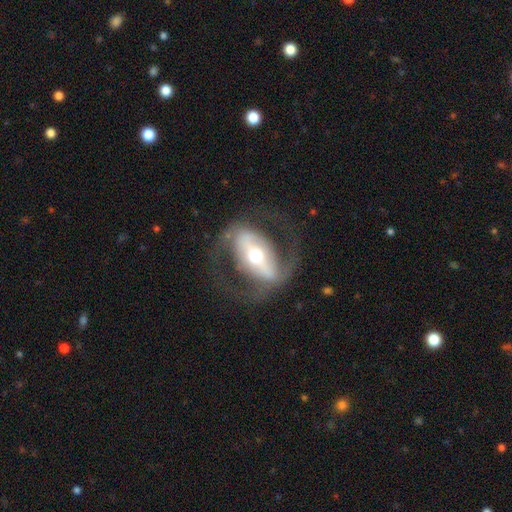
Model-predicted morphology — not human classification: This is clearly a featured or disk galaxy (81%). It is clearly not viewed edge-on (90%). Bar: likely strong (67%). Spiral arm pattern: likely yes (64%). Central bulge: likely moderate (63%). Merging: likely none (68%).